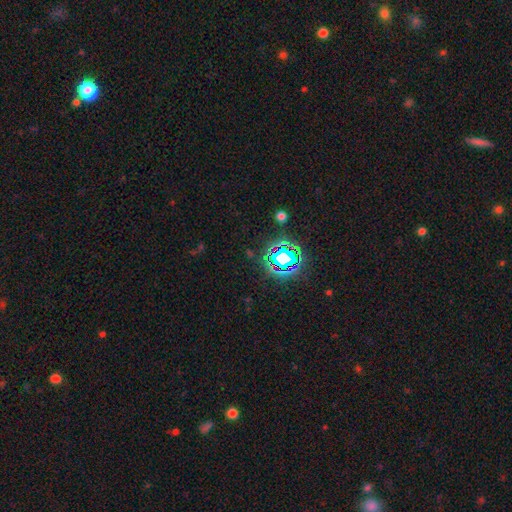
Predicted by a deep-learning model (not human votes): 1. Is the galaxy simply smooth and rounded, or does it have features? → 77% star or artifact, 14% smooth, 9% featured or disk.